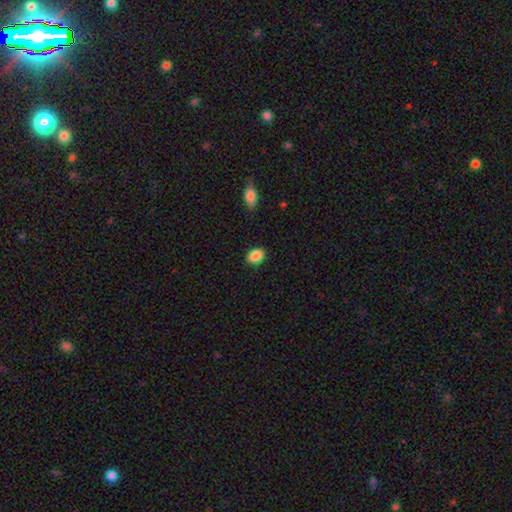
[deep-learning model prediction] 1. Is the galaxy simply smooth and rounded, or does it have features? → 88% smooth, 8% star or artifact, 4% featured or disk.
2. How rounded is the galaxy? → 67% in between, 31% round, 1% cigar-shaped.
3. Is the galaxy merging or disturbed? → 88% none, 8% minor disturbance, 2% major disturbance, 1% merger.